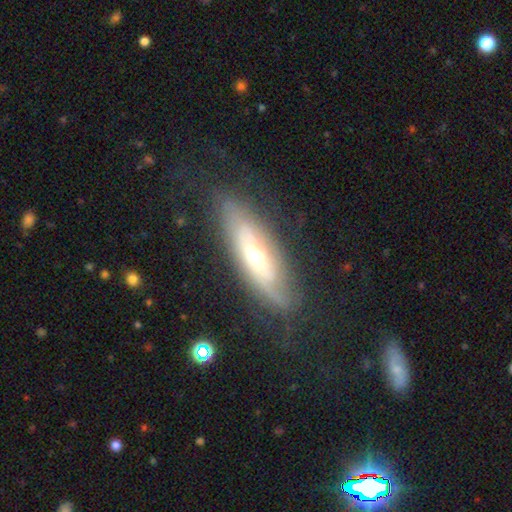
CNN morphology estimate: A featured or disk galaxy (66%).

Vote fractions:
- Smooth or featured? featured or disk: 66% / smooth: 27% / star or artifact: 7%
- Edge-on disk? no: 61% / yes: 39%
- Merging? none: 72% / minor disturbance: 19% / major disturbance: 8% / merger: 2%